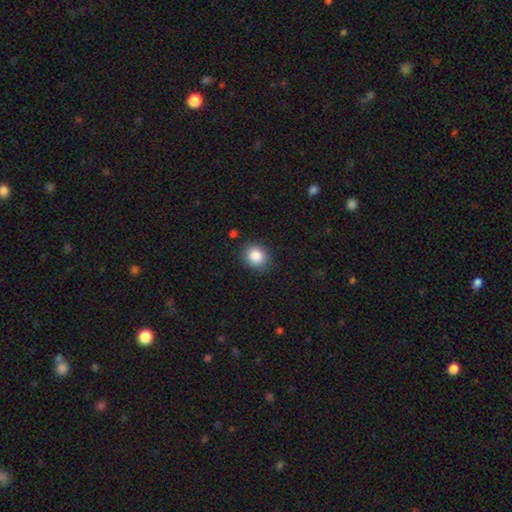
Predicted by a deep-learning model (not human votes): Q: Smooth or featured?
A: smooth (86%); runner-up: star or artifact (9%)
Q: How rounded?
A: round (65%); runner-up: in between (34%)
Q: Merging?
A: none (84%); runner-up: minor disturbance (12%)